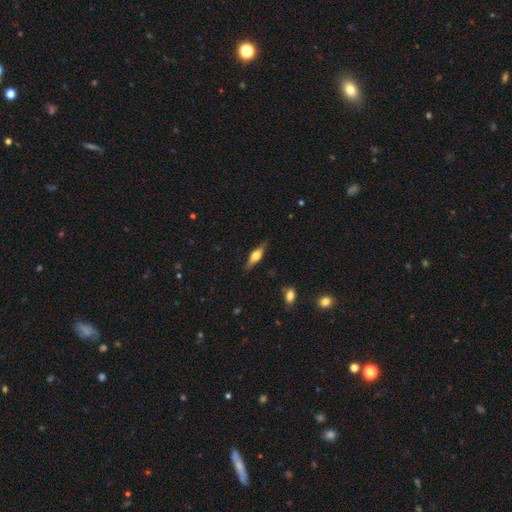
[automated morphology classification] A featured or disk galaxy (50%). Merging: none (84%).